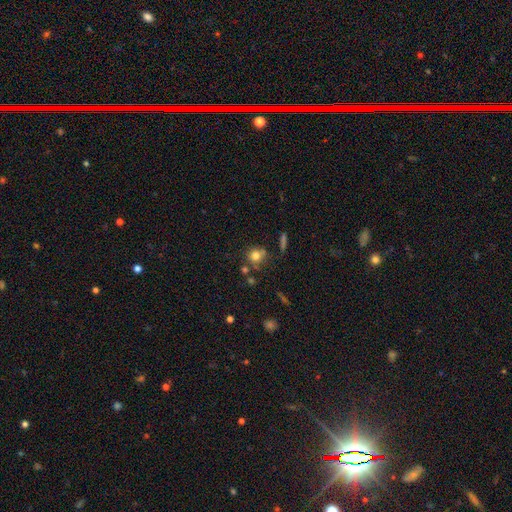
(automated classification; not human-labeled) smooth-or-featured: smooth: 76% | star or artifact: 13% | featured or disk: 10%
  how-rounded: round: 83% | in between: 15% | cigar-shaped: 2%
  merging: none: 63% | minor disturbance: 16% | merger: 14% | major disturbance: 6%